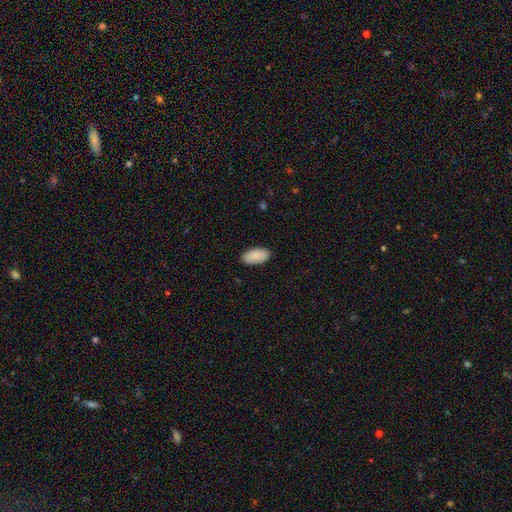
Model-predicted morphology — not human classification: A smooth galaxy with no disk features (86%) that is in between round and cigar-shaped (95%). Merging: none (89%).